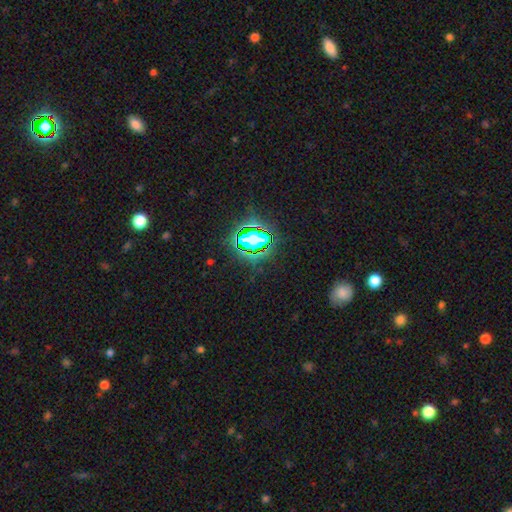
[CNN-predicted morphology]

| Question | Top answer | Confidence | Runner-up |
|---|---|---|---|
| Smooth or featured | star or artifact | 77% | smooth (15%) |